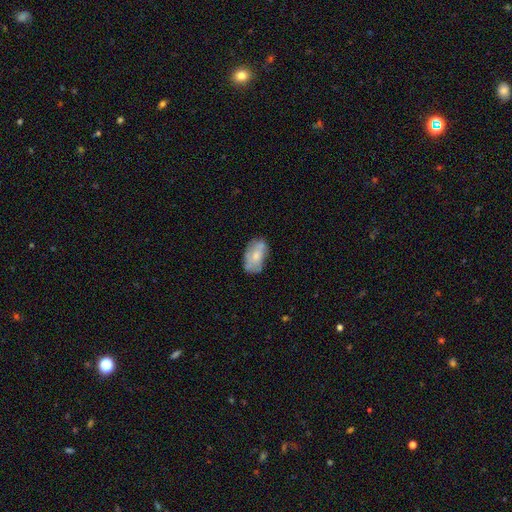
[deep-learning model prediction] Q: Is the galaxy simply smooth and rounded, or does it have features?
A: smooth — 53%.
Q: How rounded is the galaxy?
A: in between — 91%.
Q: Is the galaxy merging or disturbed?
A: none — 57%.